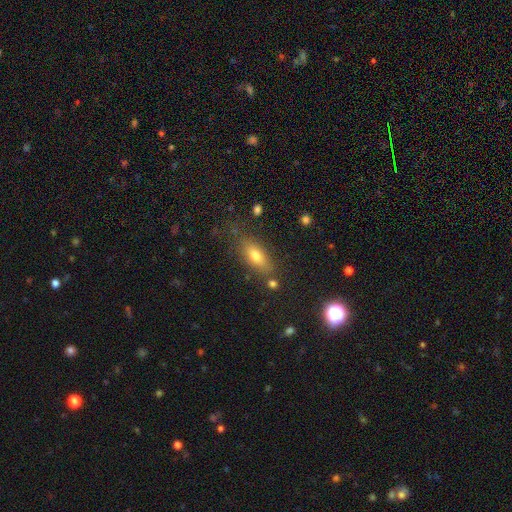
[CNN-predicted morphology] Smooth or featured?
  - smooth: 67% *
  - featured or disk: 19%
  - star or artifact: 14%
How rounded?
  - in between: 67% *
  - cigar-shaped: 27%
  - round: 6%
Merging?
  - none: 75% *
  - minor disturbance: 15%
  - merger: 5%
  - major disturbance: 5%